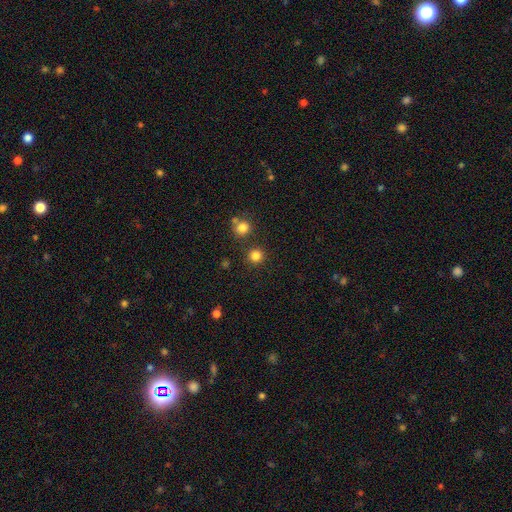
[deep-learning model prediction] Q: Smooth or featured?
A: smooth (81%); runner-up: star or artifact (14%)
Q: How rounded?
A: round (94%); runner-up: in between (5%)
Q: Merging?
A: none (84%); runner-up: merger (7%)